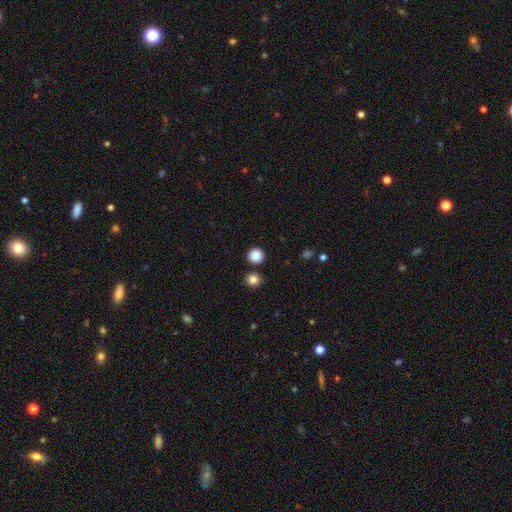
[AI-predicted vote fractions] This appears to be a smooth galaxy with no disk features (86%) that is round (94%). Merging: none (87%).